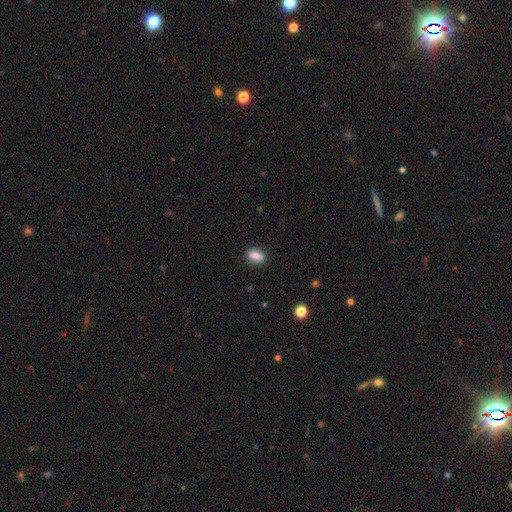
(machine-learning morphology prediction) The model was most divided on "how rounded": in between: 76%, round: 13%, cigar-shaped: 11%. More confident: merging — none (86%); smooth or featured — smooth (82%).